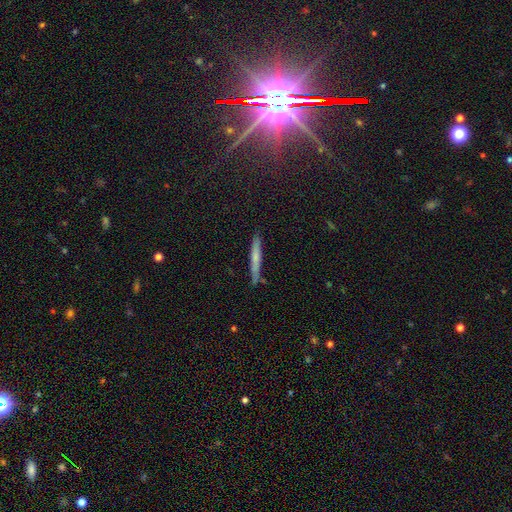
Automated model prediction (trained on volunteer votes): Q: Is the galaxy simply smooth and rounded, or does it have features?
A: featured or disk — 41%.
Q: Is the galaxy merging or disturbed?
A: none — 80%.